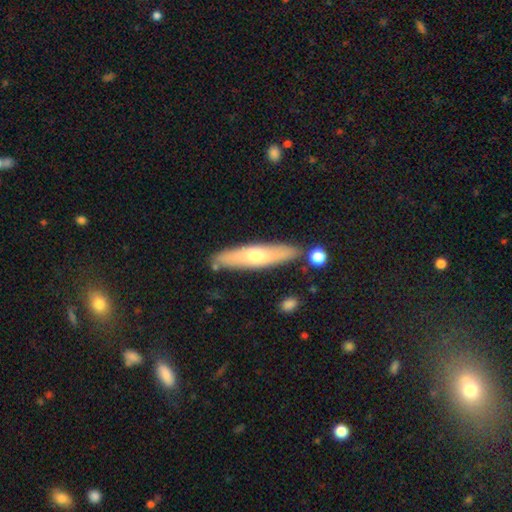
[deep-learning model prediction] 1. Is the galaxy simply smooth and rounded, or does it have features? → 52% smooth, 42% featured or disk, 6% star or artifact.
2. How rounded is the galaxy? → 81% cigar-shaped, 17% in between, 2% round.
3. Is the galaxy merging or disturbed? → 83% none, 11% minor disturbance, 4% merger, 2% major disturbance.